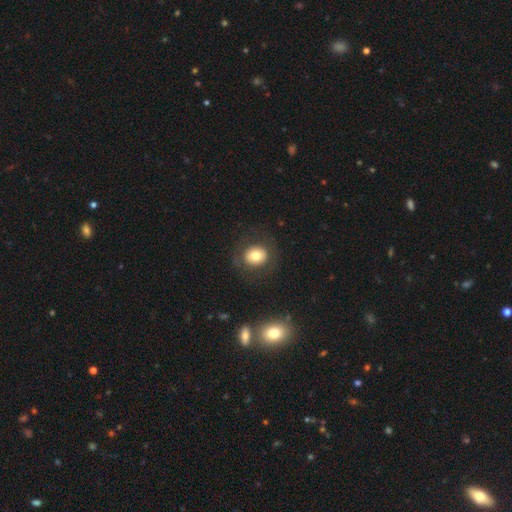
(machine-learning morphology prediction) smooth_or_featured: smooth (p=0.72) [alt: featured or disk p=0.18]
how_rounded: round (p=0.76) [alt: in between p=0.23]
merging: none (p=0.84) [alt: minor disturbance p=0.09]